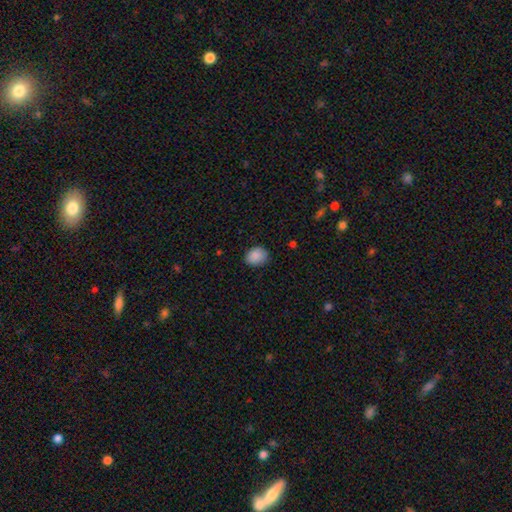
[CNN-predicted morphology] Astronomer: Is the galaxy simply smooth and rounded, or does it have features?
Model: smooth — 89%.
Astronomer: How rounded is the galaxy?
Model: in between — 52% (runner-up: round, 47%).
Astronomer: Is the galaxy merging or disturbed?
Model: none — 85%.